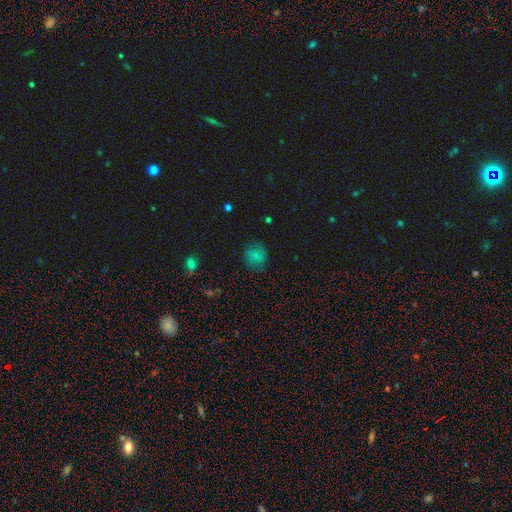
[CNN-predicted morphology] type=smooth (62%); roundness=round (77%); merging=none (77%).